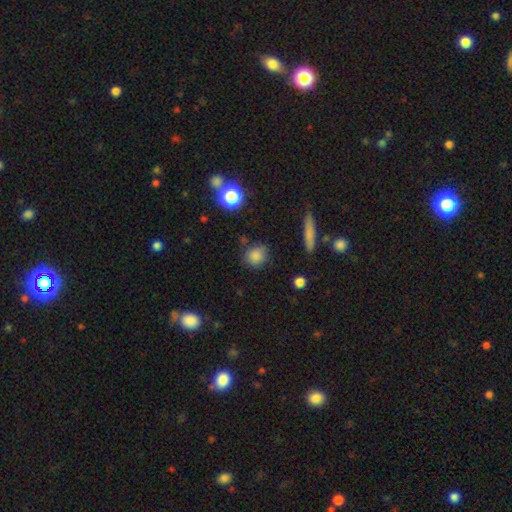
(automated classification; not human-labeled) A smooth galaxy with no disk features (82%) that is round (78%). Merging: none (78%).